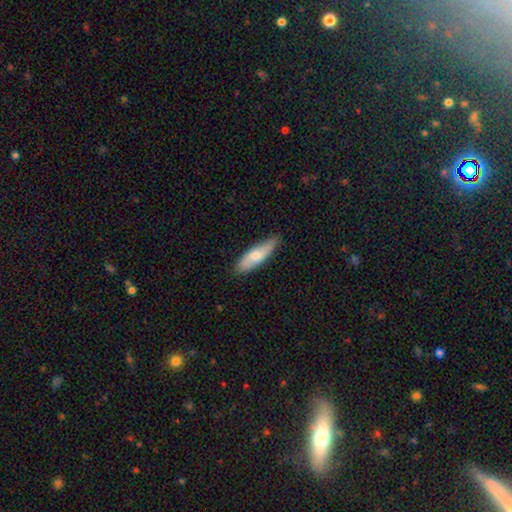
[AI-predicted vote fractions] This is likely a smooth galaxy (68%). How rounded: possibly cigar-shaped (55%). Merging: likely none (79%).